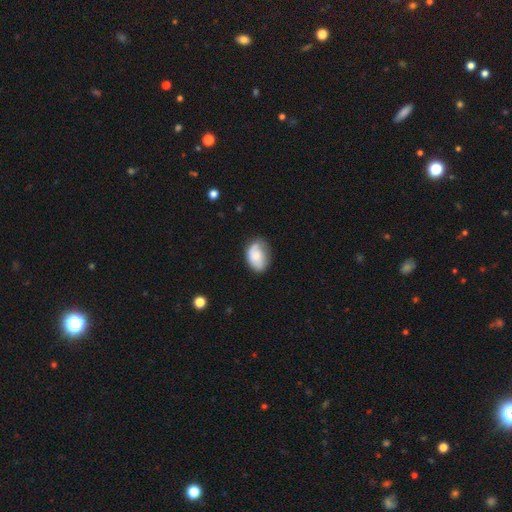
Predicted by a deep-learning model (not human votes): smooth_or_featured: smooth (p=0.61) [alt: featured or disk p=0.32]
how_rounded: in between (p=0.83) [alt: round p=0.16]
merging: none (p=0.58) [alt: minor disturbance p=0.30]